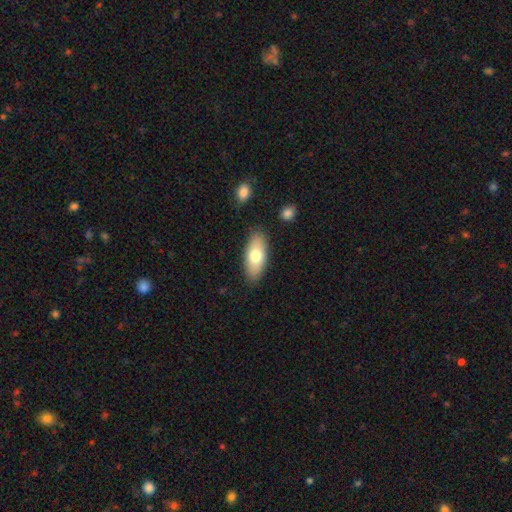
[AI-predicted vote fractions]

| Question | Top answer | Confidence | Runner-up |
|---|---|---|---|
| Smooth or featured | smooth | 71% | featured or disk (22%) |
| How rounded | in between | 86% | cigar-shaped (12%) |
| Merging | none | 86% | minor disturbance (10%) |